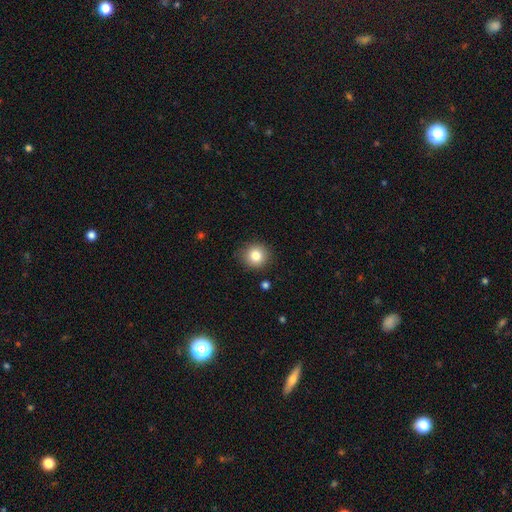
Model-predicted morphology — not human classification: A smooth galaxy with no disk features (83%) that is round (91%).

Vote fractions:
- Smooth or featured? smooth: 83% / star or artifact: 10% / featured or disk: 7%
- How rounded? round: 91% / in between: 8% / cigar-shaped: 1%
- Merging? none: 88% / minor disturbance: 8% / major disturbance: 2% / merger: 2%